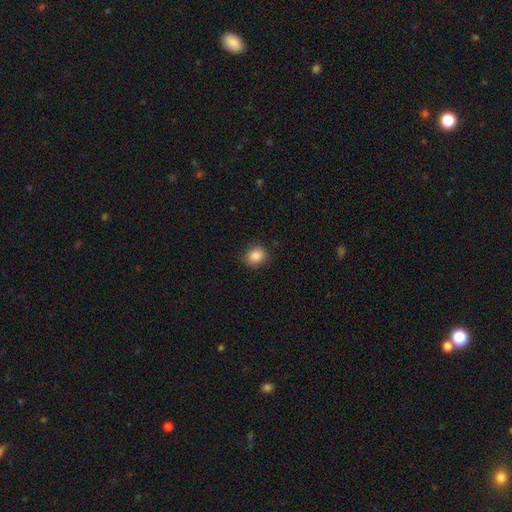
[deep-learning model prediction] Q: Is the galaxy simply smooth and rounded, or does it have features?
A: smooth — 87%.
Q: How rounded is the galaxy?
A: round — 69%.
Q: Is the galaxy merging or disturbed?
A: none — 88%.